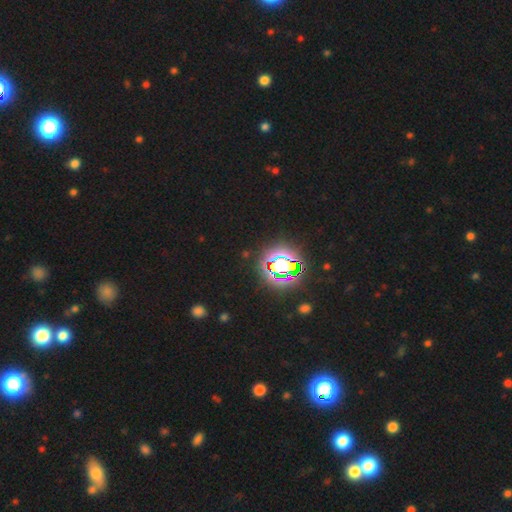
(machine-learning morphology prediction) Q: Smooth or featured?
A: star or artifact (82%); runner-up: smooth (12%)